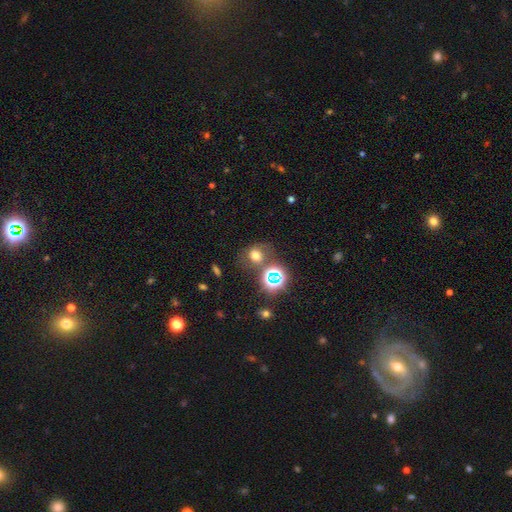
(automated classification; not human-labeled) Smooth or featured: smooth — 58% (star or artifact — 28%)
How rounded: round — 65% (in between — 34%)
Merging: none — 61% (minor disturbance — 16%)